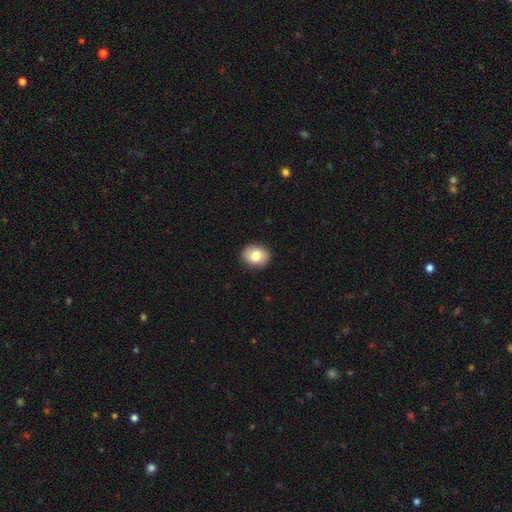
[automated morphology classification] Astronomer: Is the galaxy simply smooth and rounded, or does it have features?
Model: smooth — 78%.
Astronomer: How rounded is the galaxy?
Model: round — 60% (runner-up: in between, 39%).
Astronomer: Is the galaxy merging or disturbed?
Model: none — 90%.